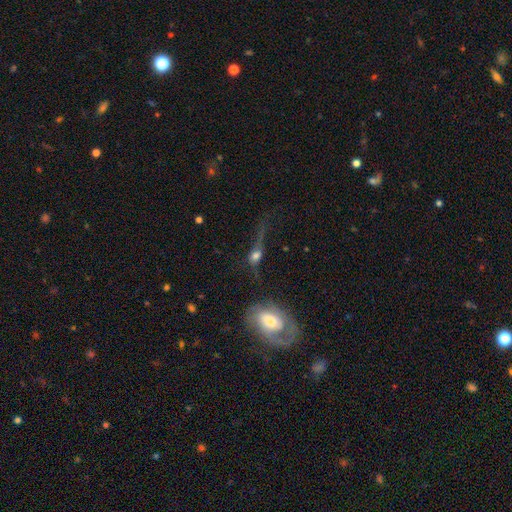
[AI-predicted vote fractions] Smooth or featured? Predicted: smooth (p=0.48). Merging? Predicted: none (p=0.35).